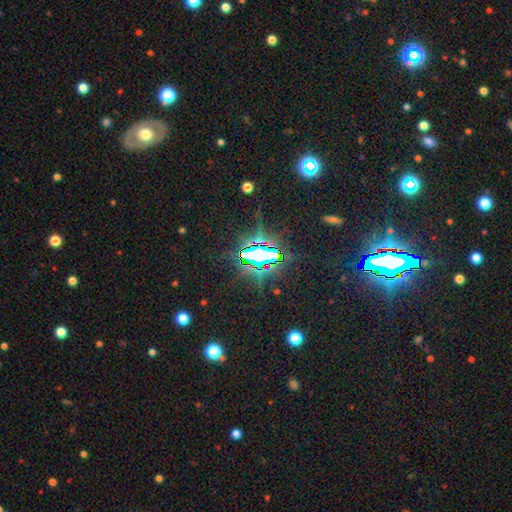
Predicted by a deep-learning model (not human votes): Overall: star or artifact (80%).